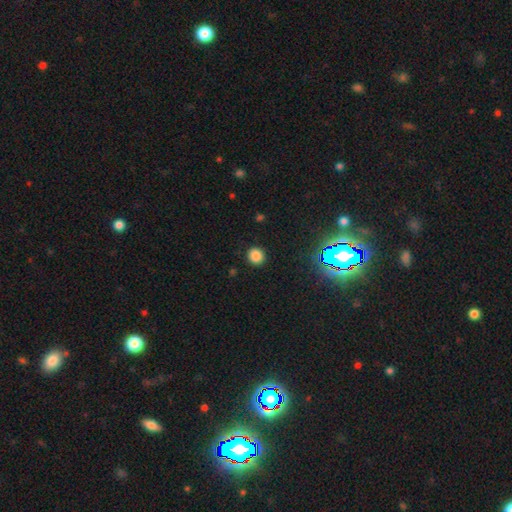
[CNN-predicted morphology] A smooth galaxy with no disk features (83%) that is round (87%).

Vote fractions:
- Smooth or featured? smooth: 83% / star or artifact: 14% / featured or disk: 3%
- How rounded? round: 87% / in between: 12% / cigar-shaped: 1%
- Merging? none: 90% / minor disturbance: 6% / major disturbance: 2% / merger: 1%